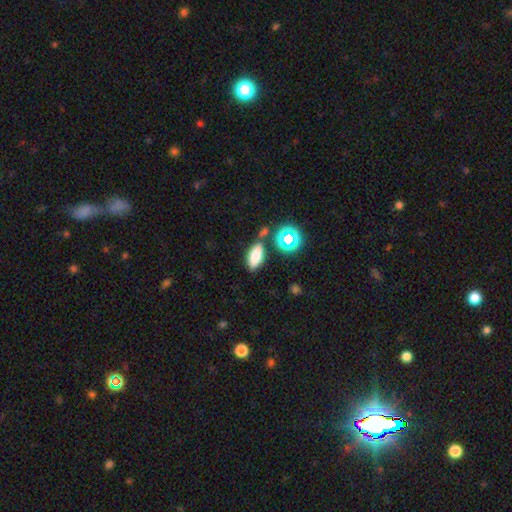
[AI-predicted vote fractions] The model was most divided on "smooth or featured": smooth: 73%, star or artifact: 17%, featured or disk: 10%. More confident: how rounded — in between (79%); merging — none (73%).